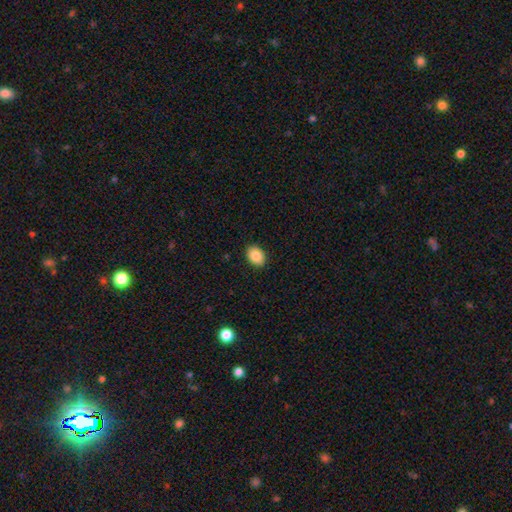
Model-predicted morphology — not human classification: type=smooth (88%); roundness=in between (72%); merging=none (90%).